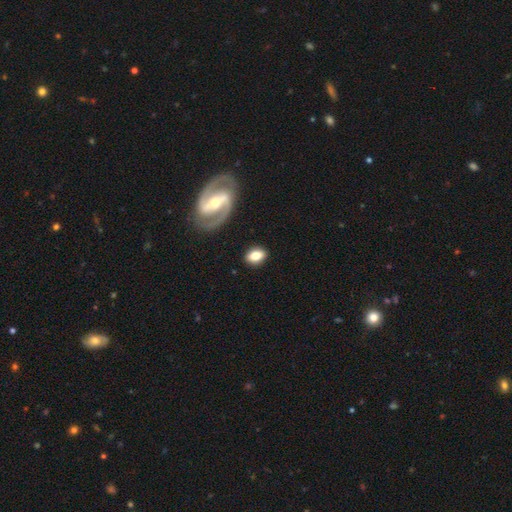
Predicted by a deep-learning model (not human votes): The model was most divided on "smooth or featured": smooth: 71%, featured or disk: 21%, star or artifact: 7%. More confident: merging — none (84%); how rounded — in between (81%).